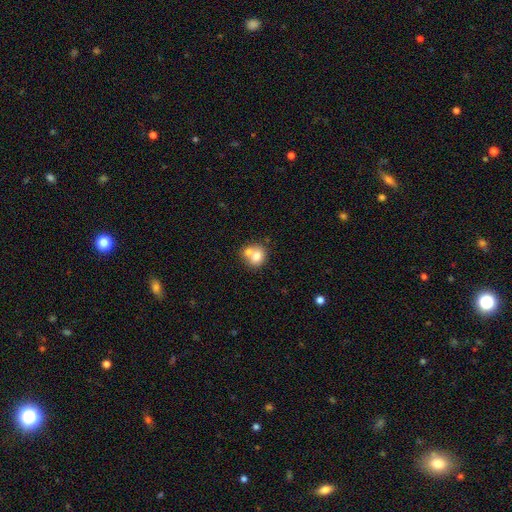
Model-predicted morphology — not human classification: smooth 73%, featured or disk 19%, star or artifact 9%. Down the decision tree: how rounded — round (66%); merging — merger (57%).